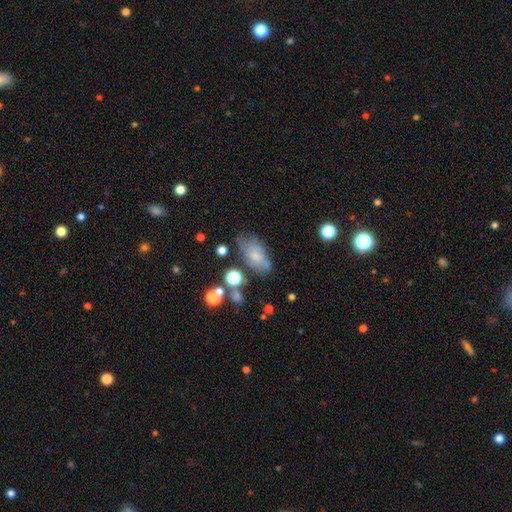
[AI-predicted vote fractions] Smooth or featured? Predicted: smooth (p=0.59). How rounded? Predicted: in between (p=0.89). Merging? Predicted: none (p=0.51).